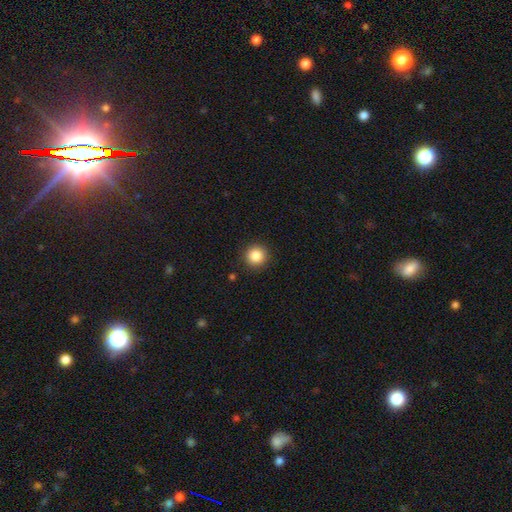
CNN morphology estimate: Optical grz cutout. It shows a smooth galaxy with no disk features (85%) that is round (95%). Merging: none (92%).